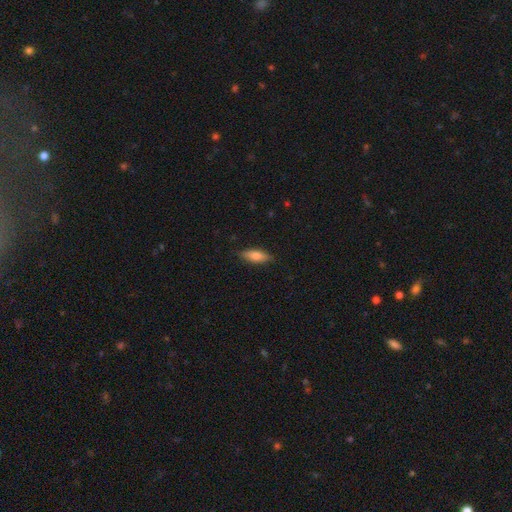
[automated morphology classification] smooth 74%, featured or disk 20%, star or artifact 6%. Down the decision tree: how rounded — in between (64%); merging — none (84%).